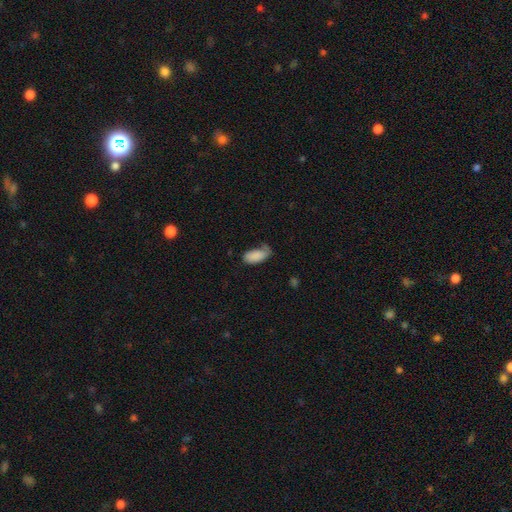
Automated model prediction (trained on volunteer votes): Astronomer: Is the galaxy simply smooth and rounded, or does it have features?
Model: smooth — 84%.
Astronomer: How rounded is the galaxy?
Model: in between — 93%.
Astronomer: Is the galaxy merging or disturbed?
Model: none — 46% (runner-up: minor disturbance, 31%).